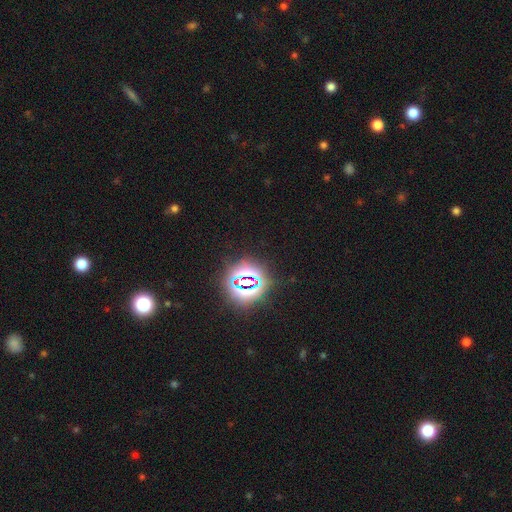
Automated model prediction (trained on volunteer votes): Q: Smooth or featured?
A: star or artifact (79%); runner-up: smooth (14%)